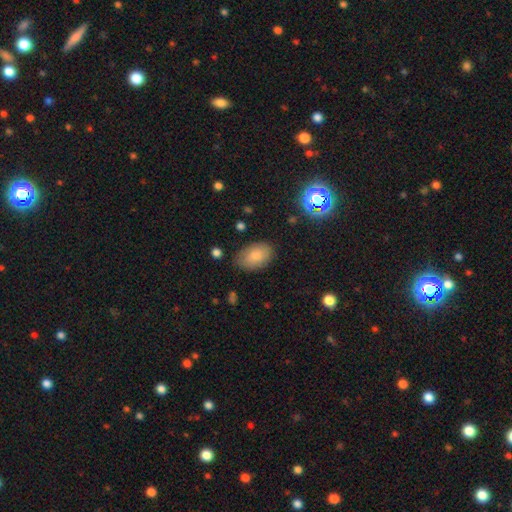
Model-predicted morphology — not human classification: Smooth or featured?
  - smooth: 80% *
  - featured or disk: 11%
  - star or artifact: 9%
How rounded?
  - in between: 90% *
  - round: 9%
  - cigar-shaped: 1%
Merging?
  - none: 81% *
  - minor disturbance: 14%
  - major disturbance: 3%
  - merger: 1%